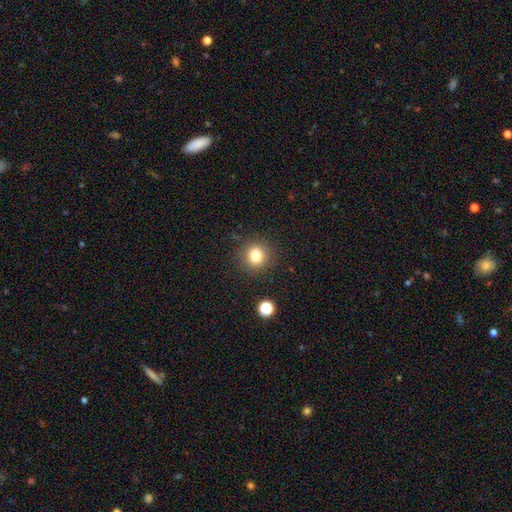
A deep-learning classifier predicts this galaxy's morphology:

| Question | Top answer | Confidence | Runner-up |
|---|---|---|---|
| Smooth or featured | smooth | 79% | star or artifact (13%) |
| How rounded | round | 89% | in between (10%) |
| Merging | none | 88% | minor disturbance (7%) |